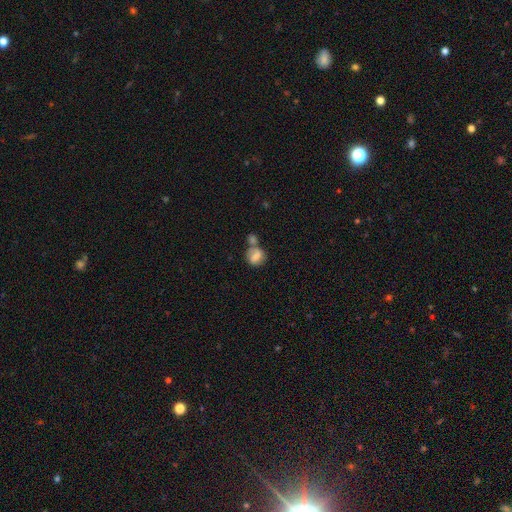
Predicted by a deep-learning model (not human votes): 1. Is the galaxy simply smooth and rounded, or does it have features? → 73% smooth, 18% featured or disk, 9% star or artifact.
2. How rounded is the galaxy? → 53% round, 45% in between, 2% cigar-shaped.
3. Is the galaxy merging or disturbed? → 48% merger, 31% none, 14% minor disturbance, 7% major disturbance.